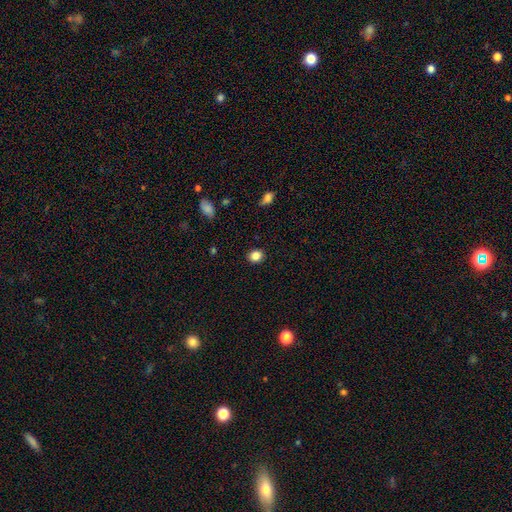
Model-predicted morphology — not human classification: Smooth or featured? smooth (85%)
How rounded? round (71%)
Merging? none (90%)